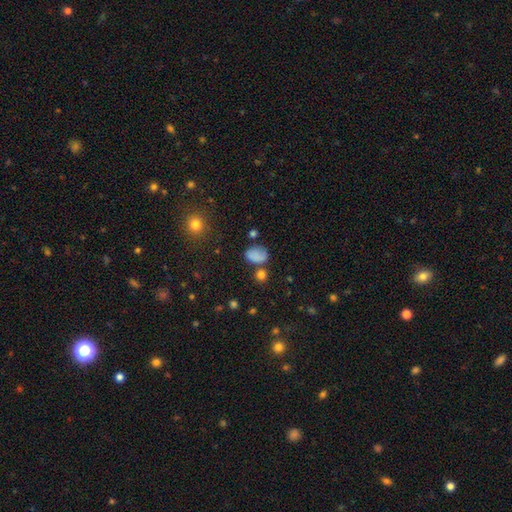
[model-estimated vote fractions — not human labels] Smooth or featured? smooth (76%)
How rounded? in between (71%)
Merging? none (53%)